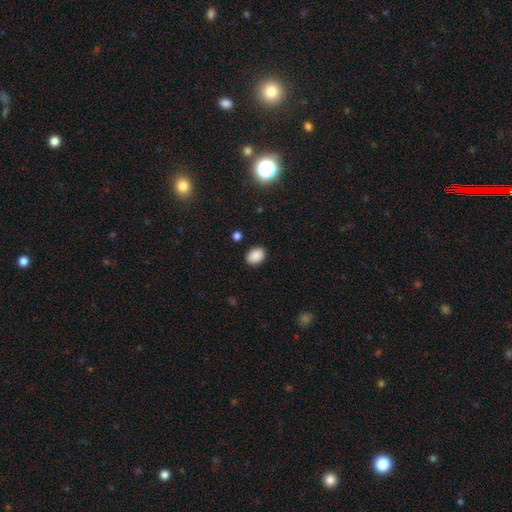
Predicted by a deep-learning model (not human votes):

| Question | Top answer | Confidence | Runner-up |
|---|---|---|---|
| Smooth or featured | smooth | 88% | star or artifact (9%) |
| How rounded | in between | 67% | round (32%) |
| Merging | none | 87% | minor disturbance (9%) |